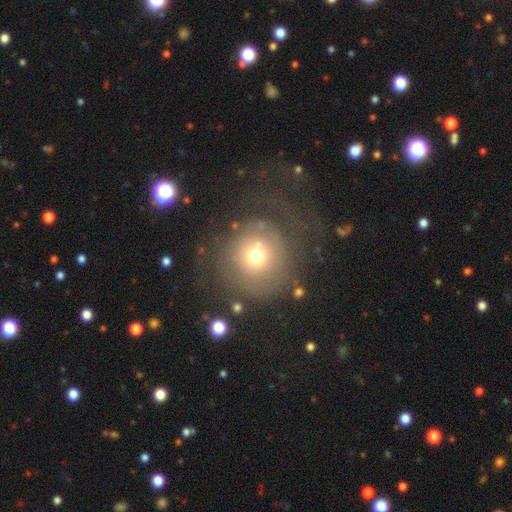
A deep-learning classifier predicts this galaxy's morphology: smooth-or-featured: smooth: 57% | featured or disk: 30% | star or artifact: 13%
  how-rounded: round: 91% | in between: 8% | cigar-shaped: 1%
  merging: none: 49% | major disturbance: 31% | minor disturbance: 17% | merger: 4%